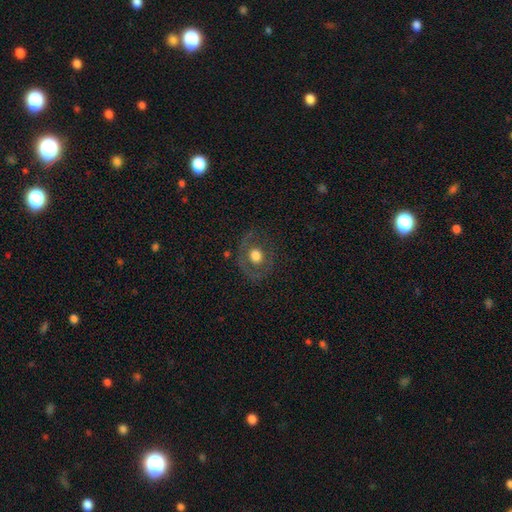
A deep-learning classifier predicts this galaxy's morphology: Smooth or featured?
  - smooth: 54% *
  - featured or disk: 36%
  - star or artifact: 10%
How rounded?
  - round: 73% *
  - in between: 26%
  - cigar-shaped: 1%
Merging?
  - none: 73% *
  - minor disturbance: 16%
  - major disturbance: 9%
  - merger: 2%